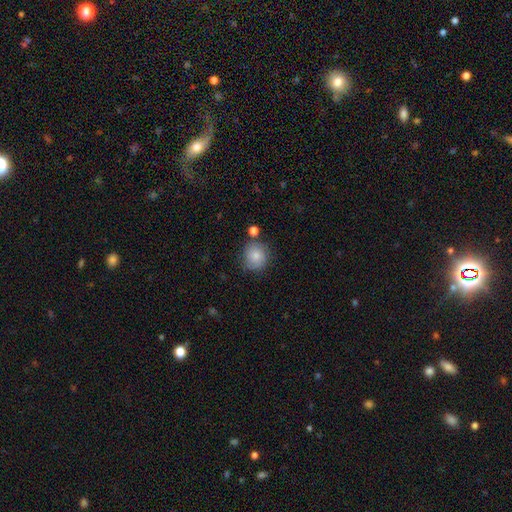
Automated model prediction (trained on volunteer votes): Smooth or featured? smooth (82%)
How rounded? round (89%)
Merging? none (73%)